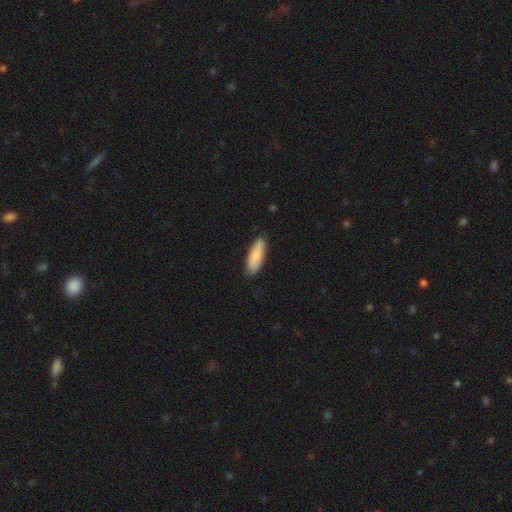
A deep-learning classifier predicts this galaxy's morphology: smooth-or-featured: smooth: 87% | featured or disk: 8% | star or artifact: 5%
  how-rounded: in between: 56% | cigar-shaped: 42% | round: 1%
  merging: none: 85% | minor disturbance: 12% | major disturbance: 2% | merger: 1%